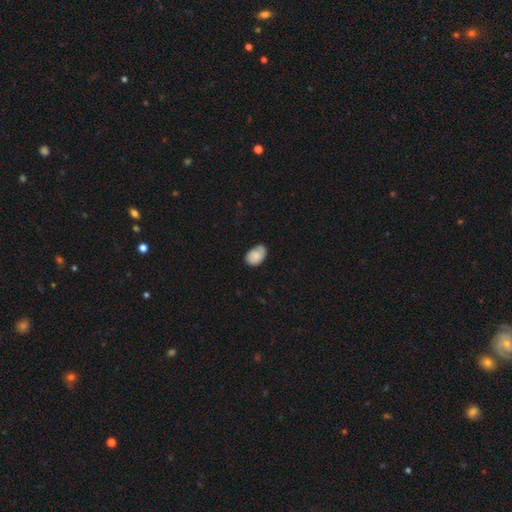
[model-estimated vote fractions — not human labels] smooth-or-featured: smooth: 80% | featured or disk: 13% | star or artifact: 7%
  how-rounded: in between: 85% | round: 14% | cigar-shaped: 1%
  merging: none: 60% | minor disturbance: 32% | major disturbance: 6% | merger: 2%